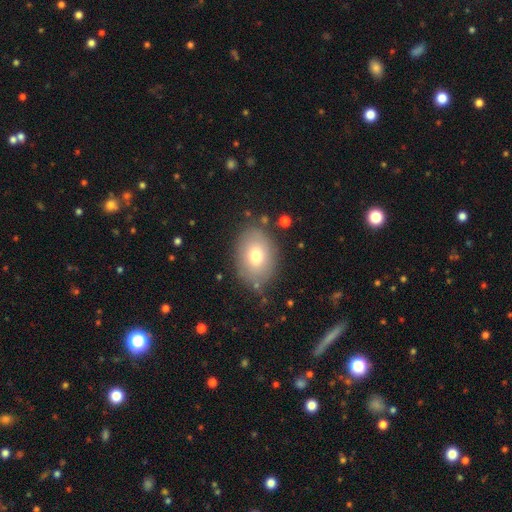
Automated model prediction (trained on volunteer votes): Q: Smooth or featured?
A: smooth (73%); runner-up: featured or disk (18%)
Q: How rounded?
A: in between (76%); runner-up: round (23%)
Q: Merging?
A: none (80%); runner-up: minor disturbance (13%)